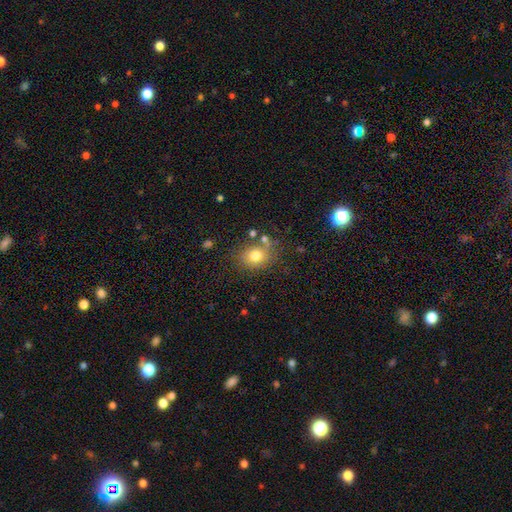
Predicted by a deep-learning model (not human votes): This is likely a smooth galaxy (76%). How rounded: possibly round (57%). Merging: likely none (70%).